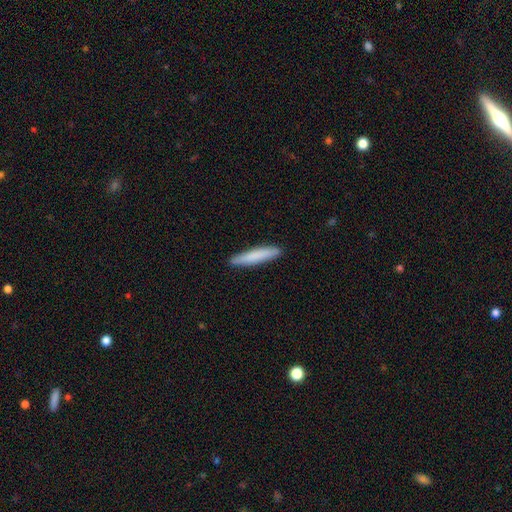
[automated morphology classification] Overall: smooth (81%). How rounded: cigar-shaped (91%). Merging: none (90%).